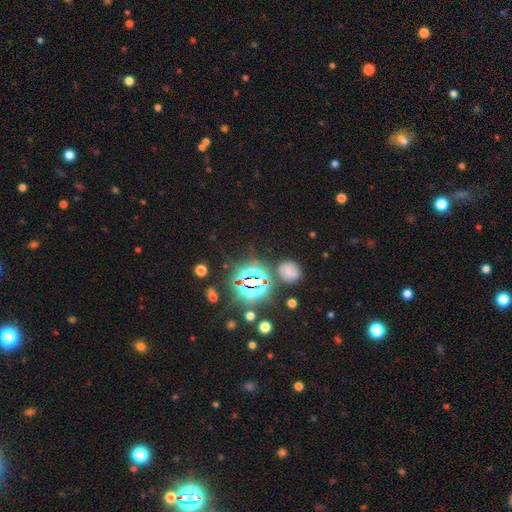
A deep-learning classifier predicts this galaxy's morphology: This is clearly a star or artifact rather than a galaxy (80%).